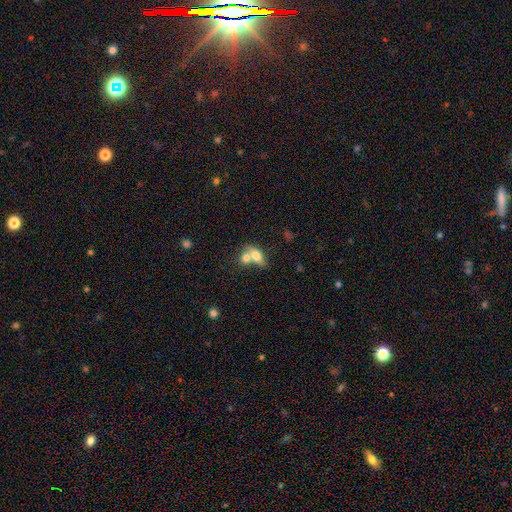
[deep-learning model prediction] smooth 70%, featured or disk 22%, star or artifact 8%. Down the decision tree: how rounded — in between (69%); merging — merger (65%).